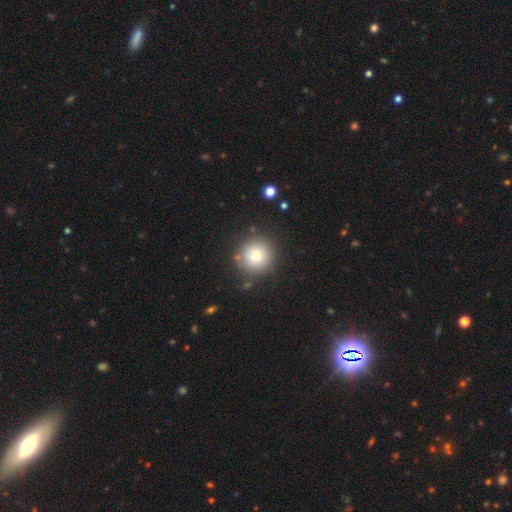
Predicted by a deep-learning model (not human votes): smooth 79%, star or artifact 11%, featured or disk 10%. Down the decision tree: how rounded — round (95%); merging — none (84%).